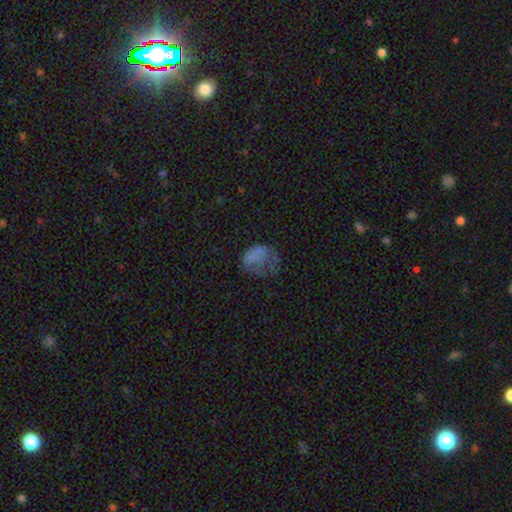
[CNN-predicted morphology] This appears to be a smooth galaxy with no disk features (62%) that is in between round and cigar-shaped (63%). Merging: major disturbance (47%).